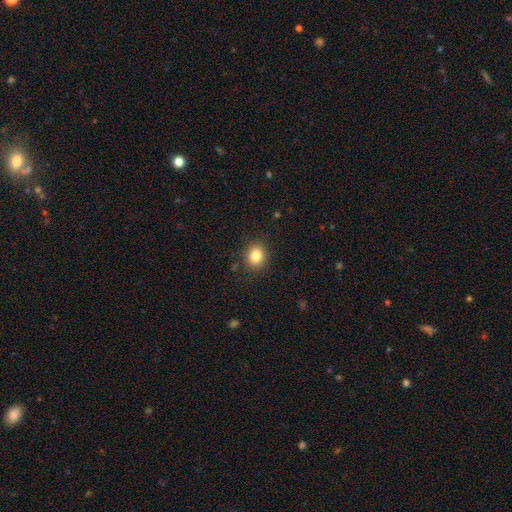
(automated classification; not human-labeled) Smooth or featured? Predicted: smooth (p=0.83). How rounded? Predicted: round (p=0.64). Merging? Predicted: none (p=0.87).